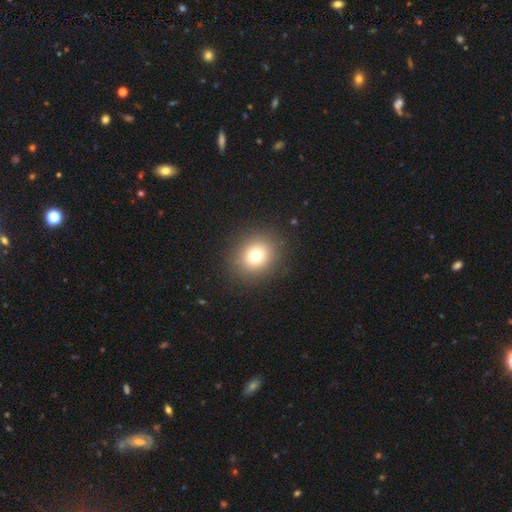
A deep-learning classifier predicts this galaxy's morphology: Smooth or featured?
  - smooth: 74% *
  - star or artifact: 14%
  - featured or disk: 11%
How rounded?
  - round: 80% *
  - in between: 19%
  - cigar-shaped: 1%
Merging?
  - none: 90% *
  - minor disturbance: 6%
  - major disturbance: 3%
  - merger: 1%